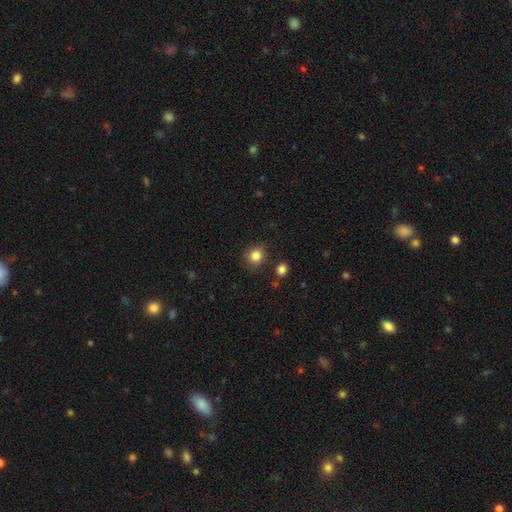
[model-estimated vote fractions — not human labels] The model was most divided on "how rounded": round: 83%, in between: 16%, cigar-shaped: 1%. More confident: smooth or featured — smooth (85%); merging — none (84%).